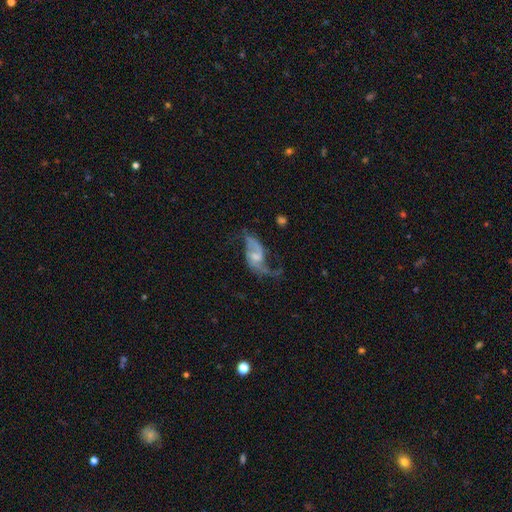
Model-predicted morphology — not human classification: Smooth or featured? featured or disk (81%)
Edge-on disk? no (96%)
Bar? weak (45%)
Spiral arms? yes (91%)
Spiral winding? loose (72%)
Spiral arm count? 2 (86%)
Bulge size? small (45%)
Merging? none (46%)